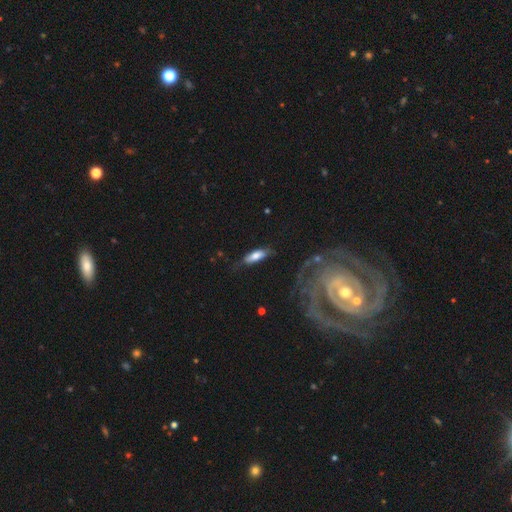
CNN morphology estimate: smooth 67%, featured or disk 26%, star or artifact 6%. Down the decision tree: how rounded — in between (58%); merging — none (62%).